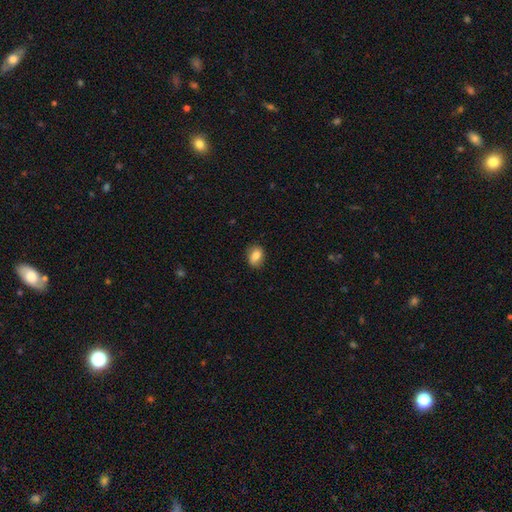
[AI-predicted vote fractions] smooth_or_featured: smooth (p=0.83) [alt: featured or disk p=0.09]
how_rounded: in between (p=0.68) [alt: round p=0.30]
merging: none (p=0.81) [alt: minor disturbance p=0.15]